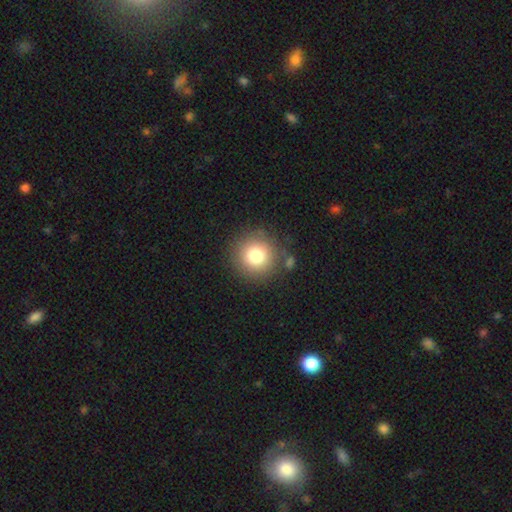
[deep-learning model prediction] Q: Smooth or featured?
A: smooth (80%); runner-up: star or artifact (11%)
Q: How rounded?
A: round (95%); runner-up: in between (5%)
Q: Merging?
A: none (82%); runner-up: minor disturbance (9%)